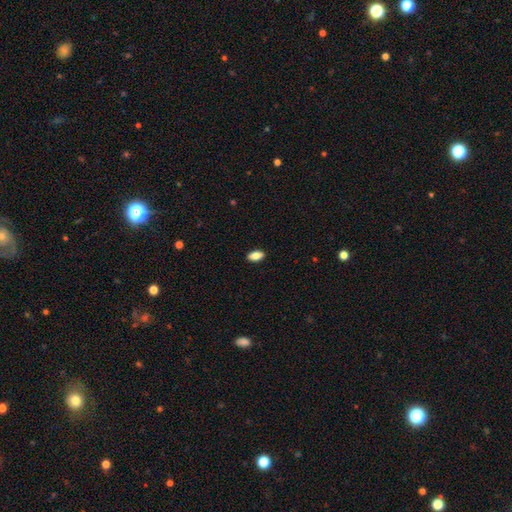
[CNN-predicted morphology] smooth_or_featured: smooth (p=0.86) [alt: star or artifact p=0.07]
how_rounded: in between (p=0.89) [alt: cigar-shaped p=0.07]
merging: none (p=0.90) [alt: minor disturbance p=0.08]